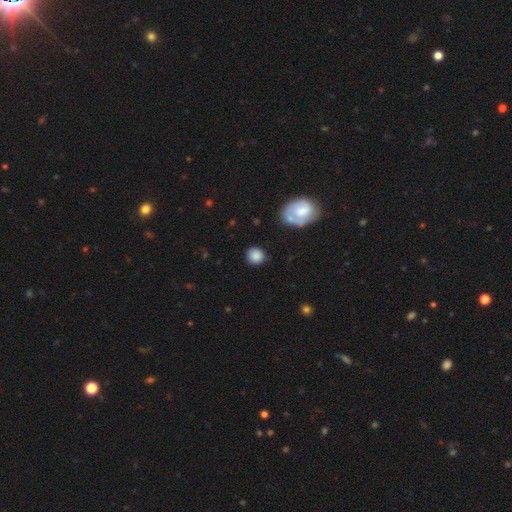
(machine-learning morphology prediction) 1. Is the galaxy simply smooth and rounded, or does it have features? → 85% smooth, 8% star or artifact, 7% featured or disk.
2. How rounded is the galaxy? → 85% round, 14% in between, 1% cigar-shaped.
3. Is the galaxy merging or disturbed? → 83% none, 11% minor disturbance, 3% major disturbance, 2% merger.